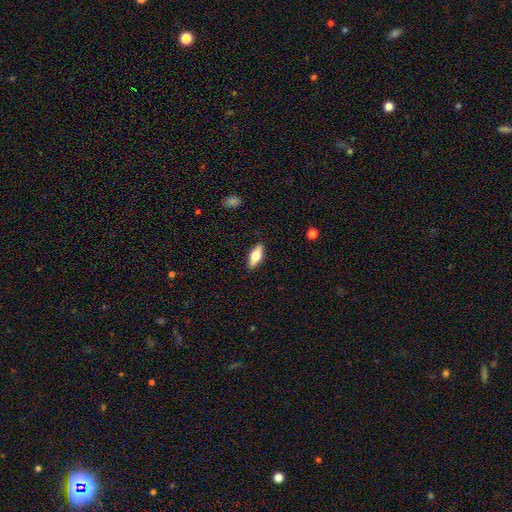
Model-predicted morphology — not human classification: type=smooth (60%); roundness=in between (71%); merging=none (88%).